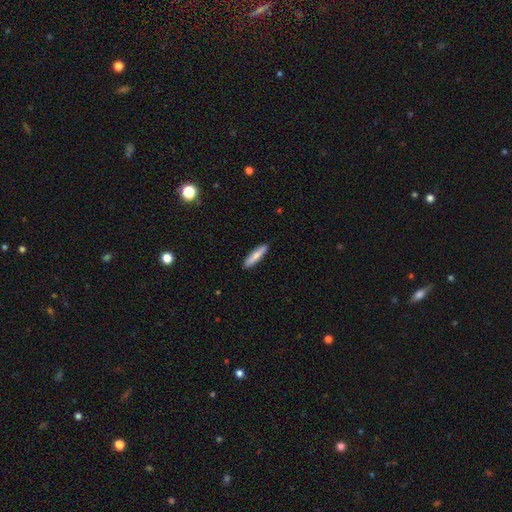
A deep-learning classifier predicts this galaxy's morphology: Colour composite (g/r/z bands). It shows a smooth galaxy with no disk features (78%) that is cigar-shaped (82%). Merging: none (90%).